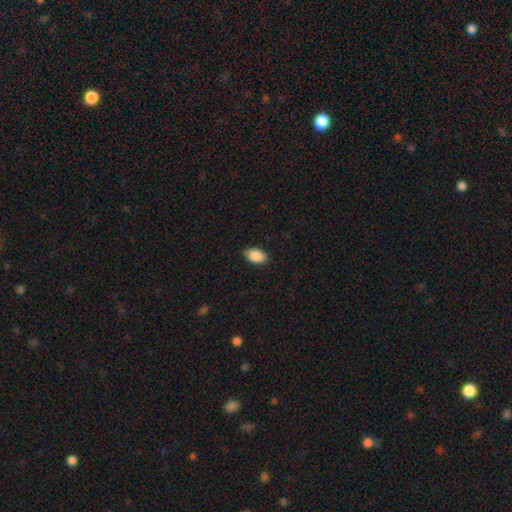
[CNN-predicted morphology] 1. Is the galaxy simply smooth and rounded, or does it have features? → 89% smooth, 7% star or artifact, 4% featured or disk.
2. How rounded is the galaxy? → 91% in between, 8% round, 1% cigar-shaped.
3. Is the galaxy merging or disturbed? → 88% none, 9% minor disturbance, 2% major disturbance, 1% merger.